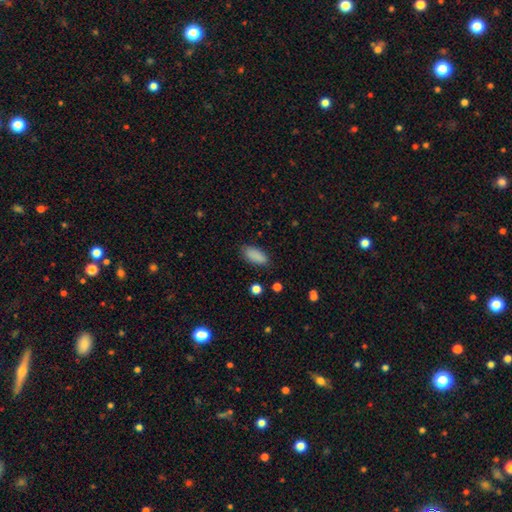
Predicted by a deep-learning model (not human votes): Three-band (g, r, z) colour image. It shows a smooth galaxy with no disk features (88%) that is in between round and cigar-shaped (86%). Merging: none (84%).